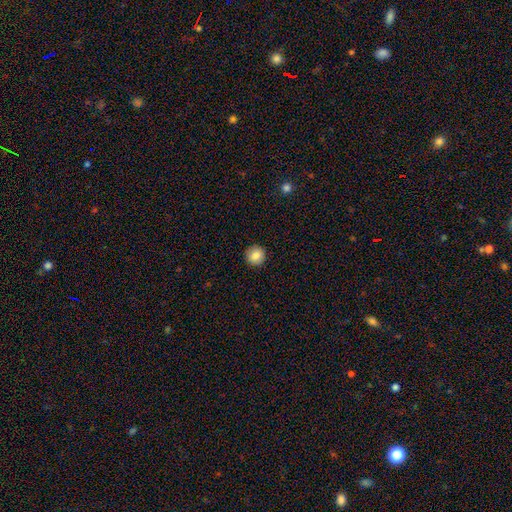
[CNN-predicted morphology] Smooth or featured? smooth (85%)
How rounded? round (94%)
Merging? none (93%)